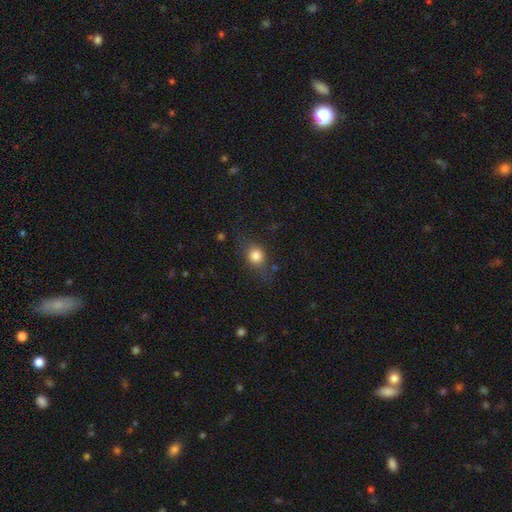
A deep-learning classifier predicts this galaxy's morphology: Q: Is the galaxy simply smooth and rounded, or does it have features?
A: smooth — 77%.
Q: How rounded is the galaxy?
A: round — 63%.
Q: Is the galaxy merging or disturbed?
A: none — 69%.